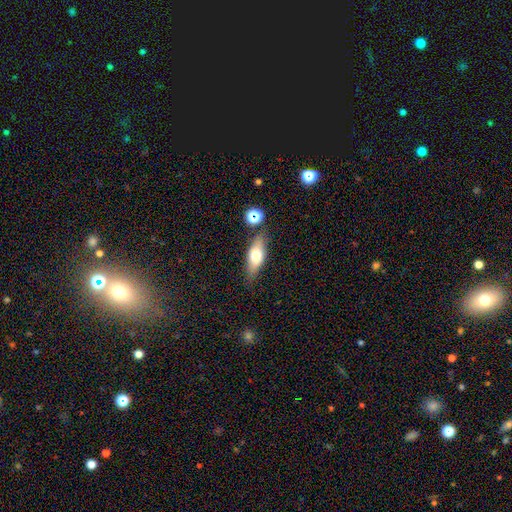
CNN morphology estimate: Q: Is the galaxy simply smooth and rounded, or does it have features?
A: smooth — 60%.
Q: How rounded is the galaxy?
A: in between — 67%.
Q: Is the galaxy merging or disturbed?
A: none — 78%.